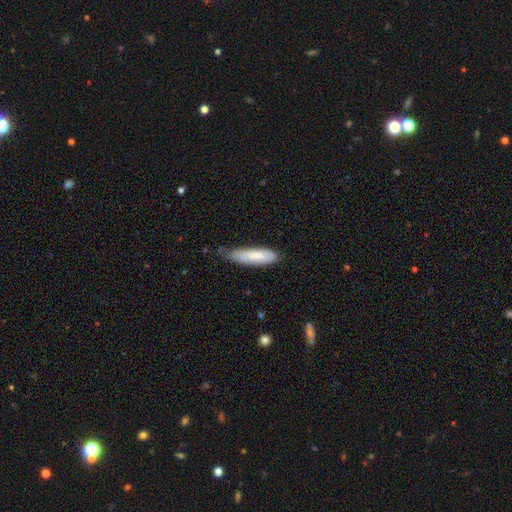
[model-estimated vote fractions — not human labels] This appears to be a smooth galaxy with no disk features (76%) that is cigar-shaped (67%). Merging: none (47%).